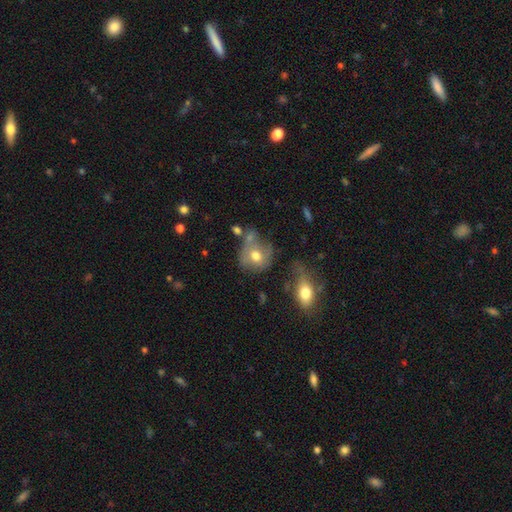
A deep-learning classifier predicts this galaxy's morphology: Smooth or featured? smooth (62%)
How rounded? round (69%)
Merging? none (39%)